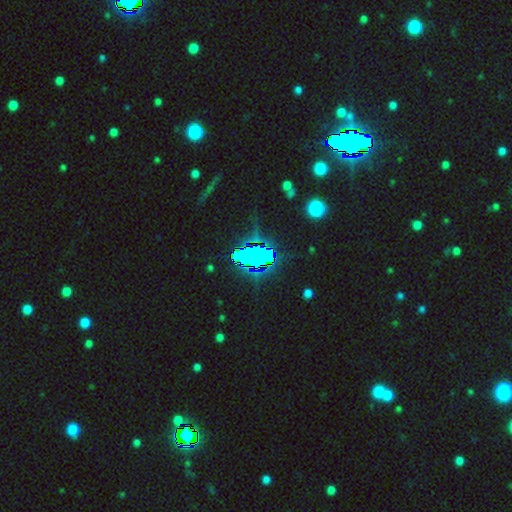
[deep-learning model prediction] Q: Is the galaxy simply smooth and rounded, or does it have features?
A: star or artifact — 69%.